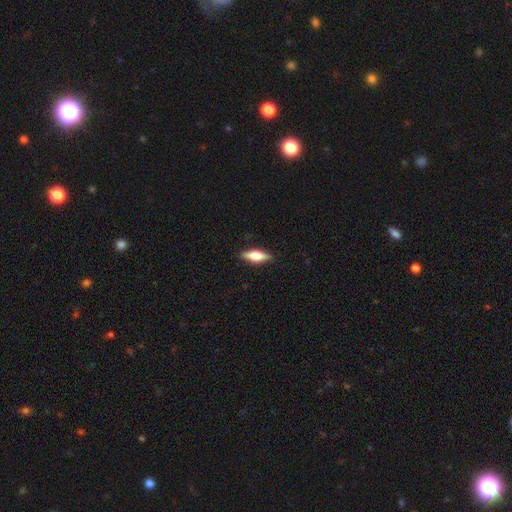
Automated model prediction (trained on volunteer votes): Smooth or featured? Predicted: featured or disk (p=0.53). Edge-on disk? Predicted: yes (p=0.95). Edge-on bulge? Predicted: rounded (p=0.93). Merging? Predicted: none (p=0.90).